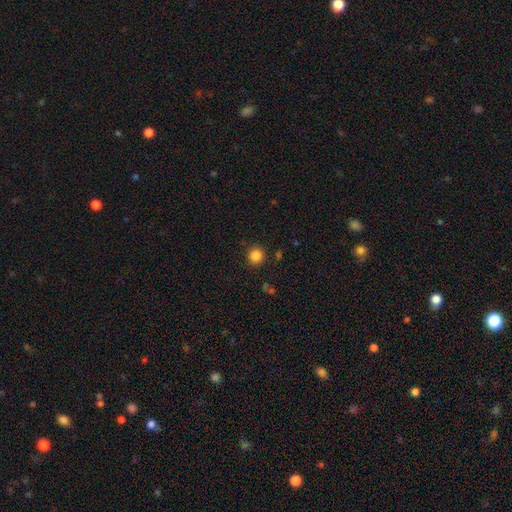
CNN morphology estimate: Overall: smooth (85%). How rounded: round (93%). Merging: none (90%).